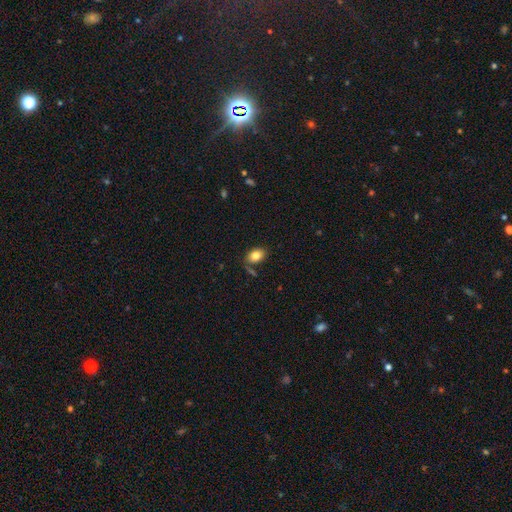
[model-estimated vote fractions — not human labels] Smooth or featured? smooth (81%)
How rounded? in between (84%)
Merging? none (73%)